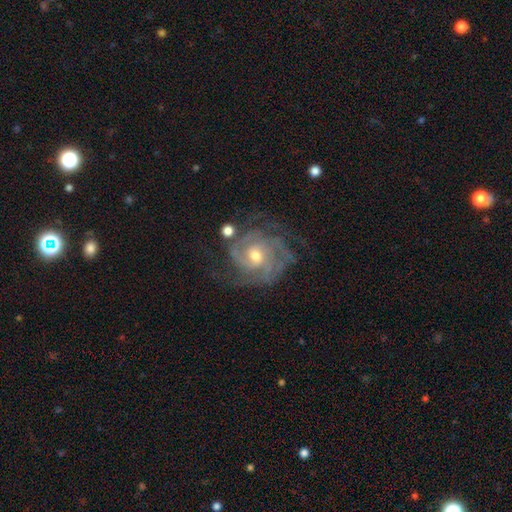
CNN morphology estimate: Overall: featured or disk (90%). Edge-on disk: no (98%). Bar: no (63%; weak 30%). Spiral arms: yes (97%). Spiral arm count: 3 (30%; can't tell 22%). Spiral winding: tight (67%; medium 28%). Bulge size: moderate (61%; small 34%). Merging: none (69%).